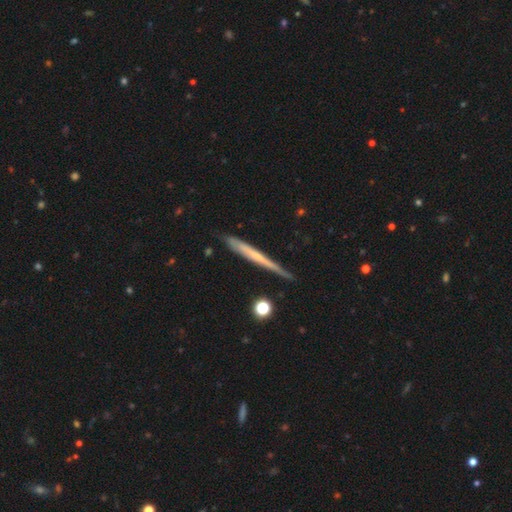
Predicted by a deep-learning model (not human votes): This appears to be a featured or disk galaxy (54%) viewed edge-on (95%) with no central bulge (79%). Merging: none (81%).